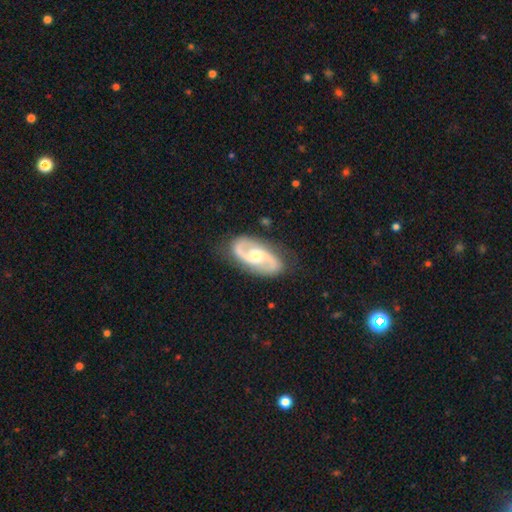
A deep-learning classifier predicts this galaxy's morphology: smooth-or-featured: featured or disk: 90% | smooth: 7% | star or artifact: 4%
  disk-edge-on: no: 97% | yes: 3%
    bar: no: 48% | weak: 40% | strong: 12%
    has-spiral-arms: yes: 97% | no: 3%
      spiral-winding: medium: 54% | loose: 30% | tight: 16%
      spiral-arm-count: 2: 93% | can't tell: 2% | 1: 1% | 3: 1% | 4: 1% | more than 4: 1%
    bulge-size: moderate: 68% | small: 24% | large: 6% | none: 1% | dominant: 1%
  merging: none: 84% | minor disturbance: 12% | major disturbance: 3% | merger: 1%